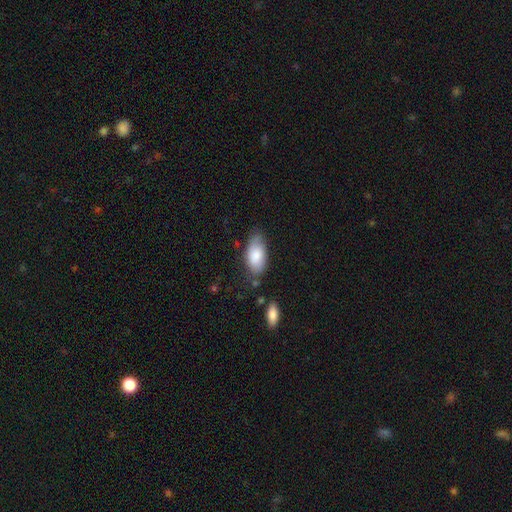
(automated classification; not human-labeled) Overall: smooth (83%). How rounded: in between (93%). Merging: none (68%).